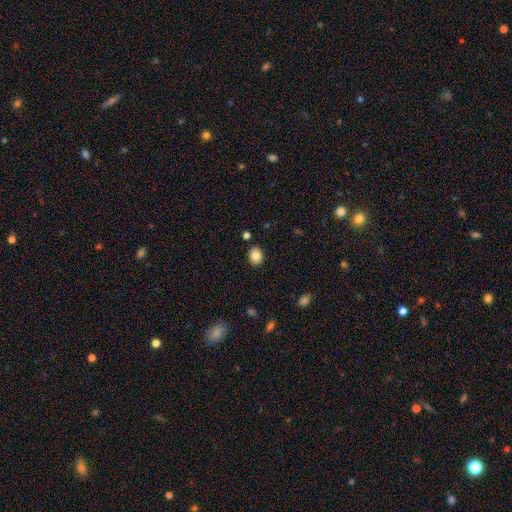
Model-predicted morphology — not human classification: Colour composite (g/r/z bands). It shows a smooth galaxy with no disk features (83%) that is in between round and cigar-shaped (52%). Merging: none (87%).